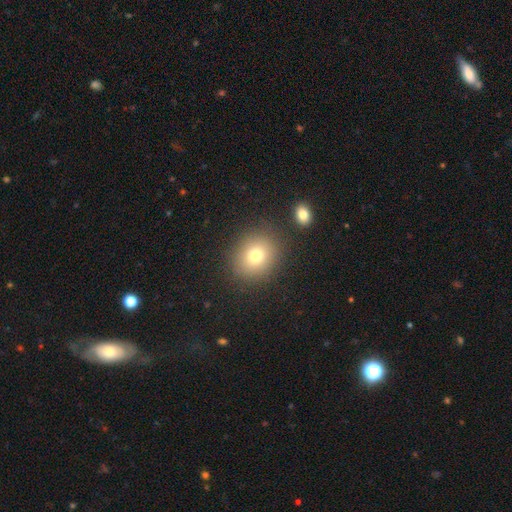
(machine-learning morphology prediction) type=smooth (76%); roundness=round (75%); merging=none (84%).